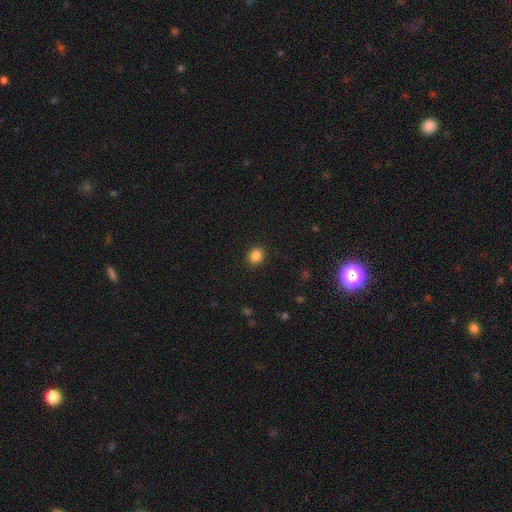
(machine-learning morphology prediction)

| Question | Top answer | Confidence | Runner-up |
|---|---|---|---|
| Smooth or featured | smooth | 86% | star or artifact (10%) |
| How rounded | round | 72% | in between (27%) |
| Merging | none | 91% | minor disturbance (6%) |